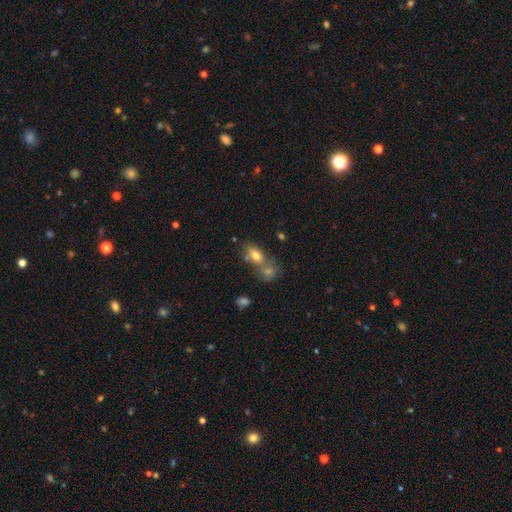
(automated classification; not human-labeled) A smooth galaxy with no disk features (75%) that is in between round and cigar-shaped (83%).

Vote fractions:
- Smooth or featured? smooth: 75% / featured or disk: 15% / star or artifact: 10%
- How rounded? in between: 83% / round: 10% / cigar-shaped: 7%
- Merging? merger: 44% / none: 40% / minor disturbance: 12% / major disturbance: 5%